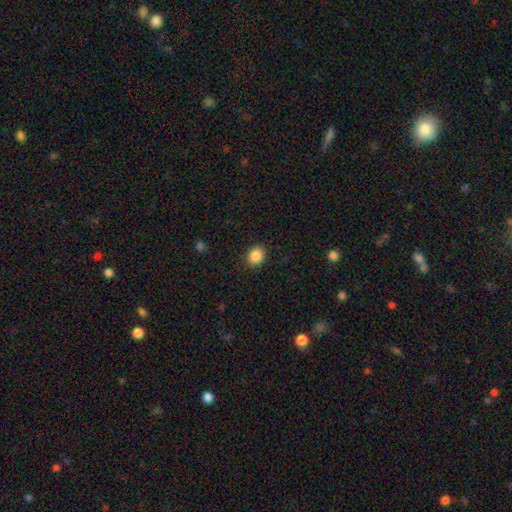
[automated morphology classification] Smooth or featured?
  - smooth: 87% *
  - star or artifact: 9%
  - featured or disk: 4%
How rounded?
  - round: 55% *
  - in between: 44%
  - cigar-shaped: 1%
Merging?
  - none: 90% *
  - minor disturbance: 7%
  - major disturbance: 2%
  - merger: 1%